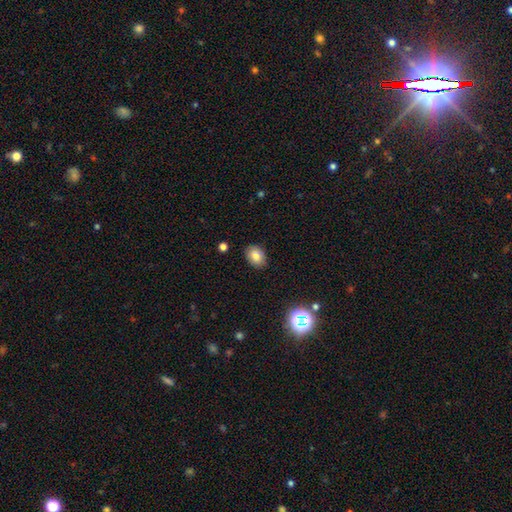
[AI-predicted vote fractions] This appears to be a smooth galaxy with no disk features (81%) that is in between round and cigar-shaped (74%). Merging: none (86%).